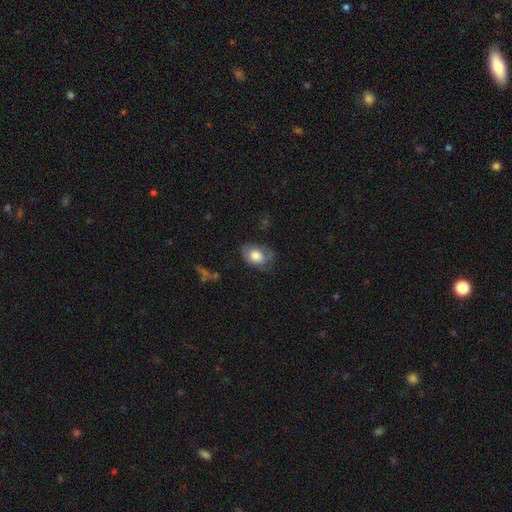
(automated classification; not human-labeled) Overall: smooth (69%). How rounded: in between (80%). Merging: none (56%; minor disturbance 28%).